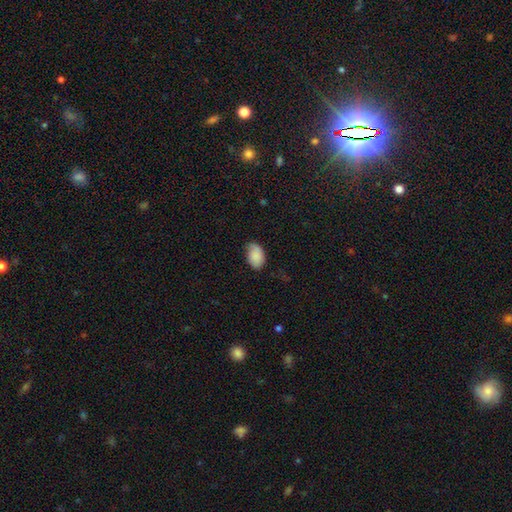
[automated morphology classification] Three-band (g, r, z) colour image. It shows a smooth galaxy with no disk features (86%) that is in between round and cigar-shaped (89%). Merging: none (63%).